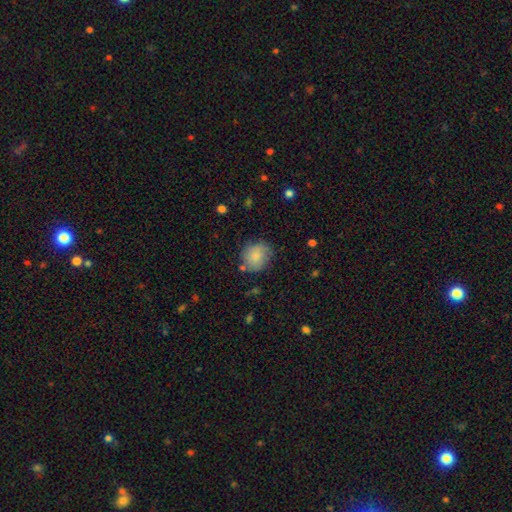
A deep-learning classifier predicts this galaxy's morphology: Smooth or featured: smooth — 83% (featured or disk — 10%)
How rounded: round — 76% (in between — 23%)
Merging: none — 73% (minor disturbance — 18%)